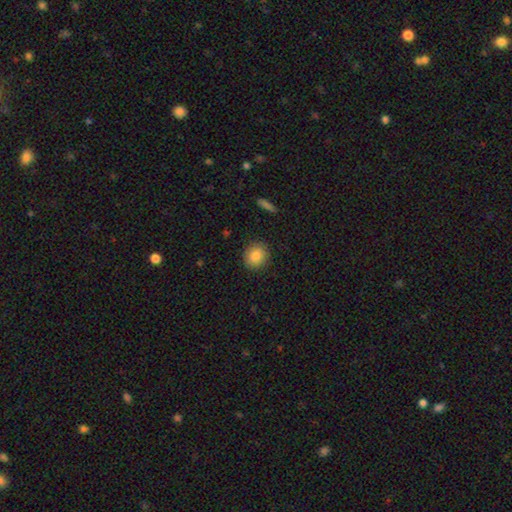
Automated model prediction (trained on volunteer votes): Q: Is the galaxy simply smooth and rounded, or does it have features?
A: smooth — 86%.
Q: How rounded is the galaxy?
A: round — 81%.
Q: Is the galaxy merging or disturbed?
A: none — 88%.